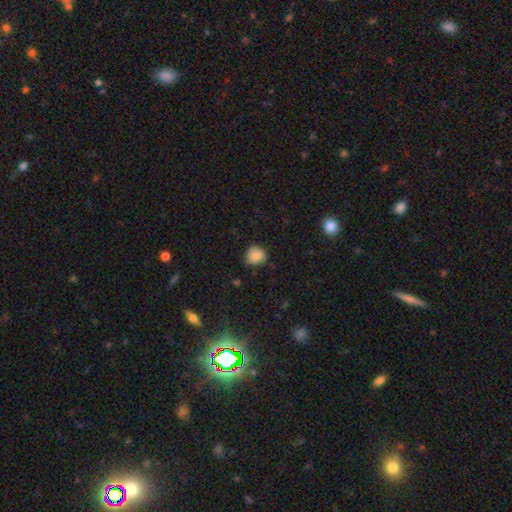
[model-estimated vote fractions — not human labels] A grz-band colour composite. It shows a smooth galaxy with no disk features (85%) that is round (78%). Merging: none (76%).